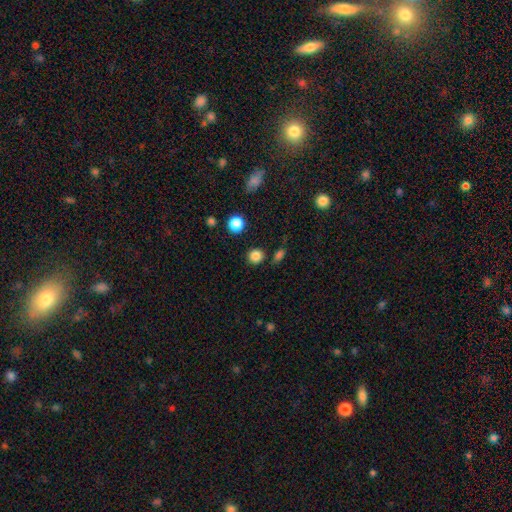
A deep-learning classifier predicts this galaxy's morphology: The model was most divided on "smooth or featured": smooth: 84%, star or artifact: 12%, featured or disk: 4%. More confident: how rounded — round (90%); merging — none (86%).